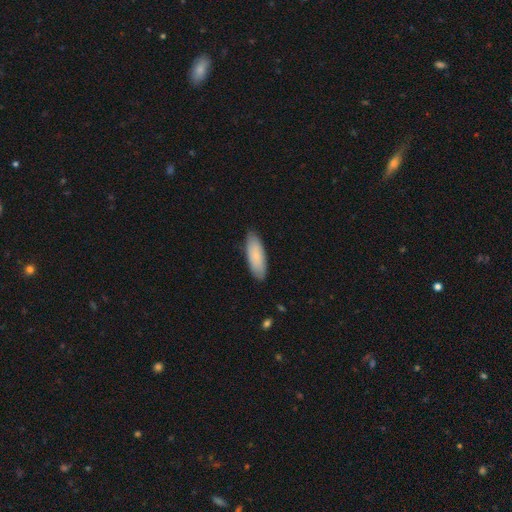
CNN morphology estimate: A smooth galaxy with no disk features (77%) that is in between round and cigar-shaped (67%).

Vote fractions:
- Smooth or featured? smooth: 77% / featured or disk: 17% / star or artifact: 6%
- How rounded? in between: 67% / cigar-shaped: 31% / round: 2%
- Merging? none: 85% / minor disturbance: 12% / major disturbance: 2% / merger: 1%